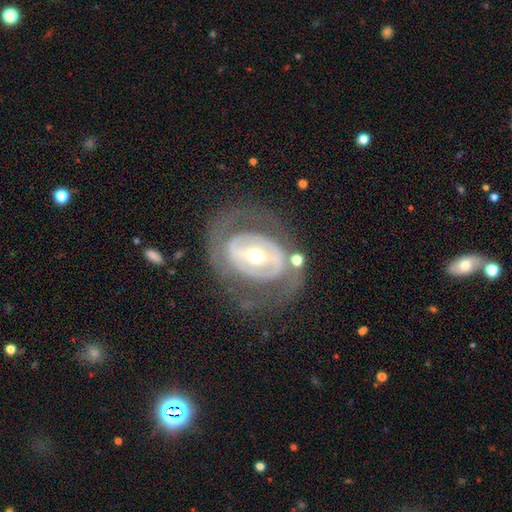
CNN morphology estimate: Smooth or featured? Predicted: featured or disk (p=0.81). Edge-on disk? Predicted: no (p=0.95). Bar? Predicted: strong (p=0.42). Spiral arms? Predicted: yes (p=0.59). Bulge size? Predicted: moderate (p=0.58). Merging? Predicted: none (p=0.68).